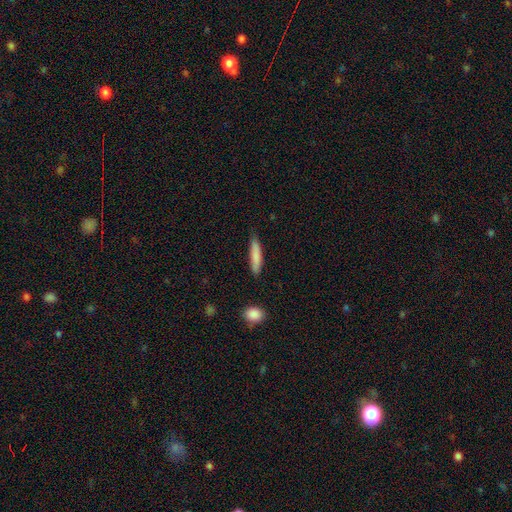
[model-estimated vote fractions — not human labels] This appears to be a smooth galaxy with no disk features (81%) that is cigar-shaped (84%). Merging: none (80%).